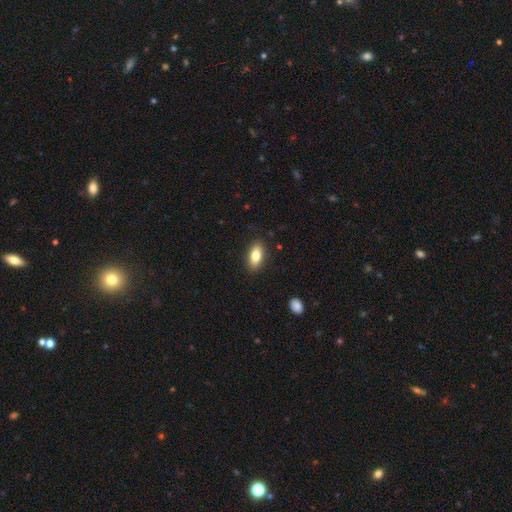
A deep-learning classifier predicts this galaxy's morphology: This is clearly a smooth galaxy (80%). How rounded: clearly in between (88%). Merging: clearly none (88%).